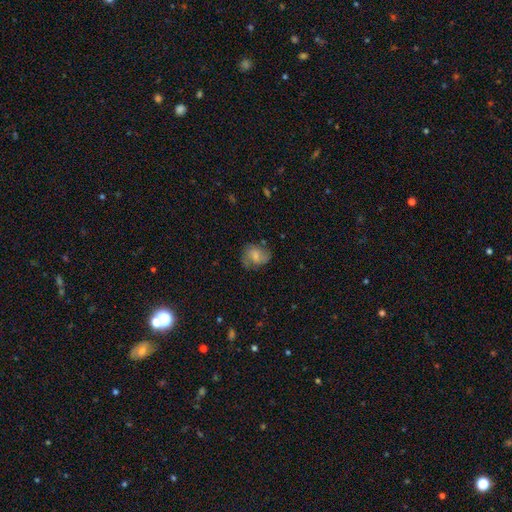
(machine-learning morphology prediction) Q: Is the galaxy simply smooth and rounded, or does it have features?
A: smooth — 57%.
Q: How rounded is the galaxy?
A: round — 50%.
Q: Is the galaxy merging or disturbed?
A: none — 60%.